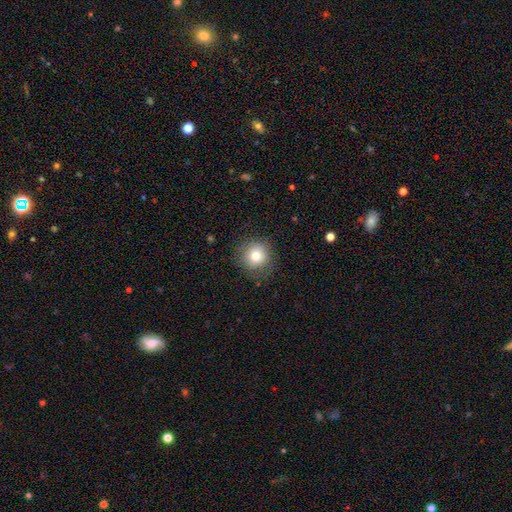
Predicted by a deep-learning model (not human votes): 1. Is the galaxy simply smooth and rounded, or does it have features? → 78% smooth, 11% star or artifact, 11% featured or disk.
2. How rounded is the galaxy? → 92% round, 7% in between, 1% cigar-shaped.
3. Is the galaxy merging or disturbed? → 85% none, 11% minor disturbance, 4% major disturbance, 1% merger.